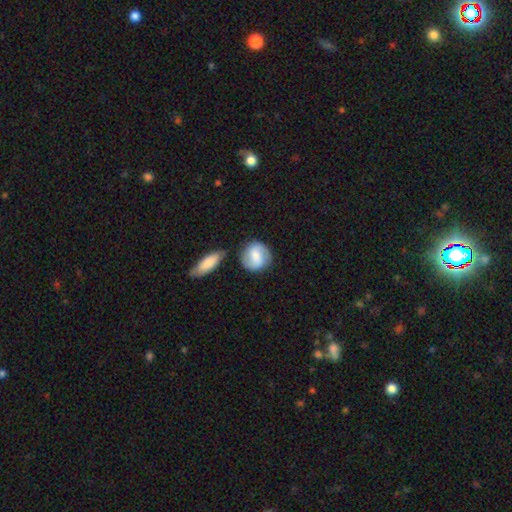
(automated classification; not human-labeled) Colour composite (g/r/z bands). It shows a smooth galaxy with no disk features (51%) that is round (80%). Merging: none (72%).